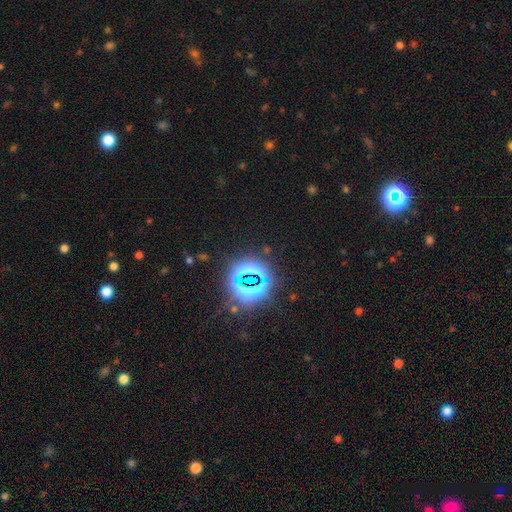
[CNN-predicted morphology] Q: Smooth or featured?
A: star or artifact (83%); runner-up: smooth (10%)